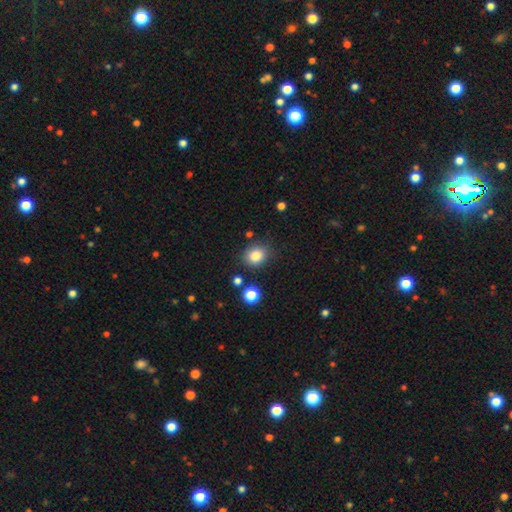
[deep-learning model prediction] This is clearly a smooth galaxy (84%). How rounded: likely round (65%). Merging: likely none (79%).